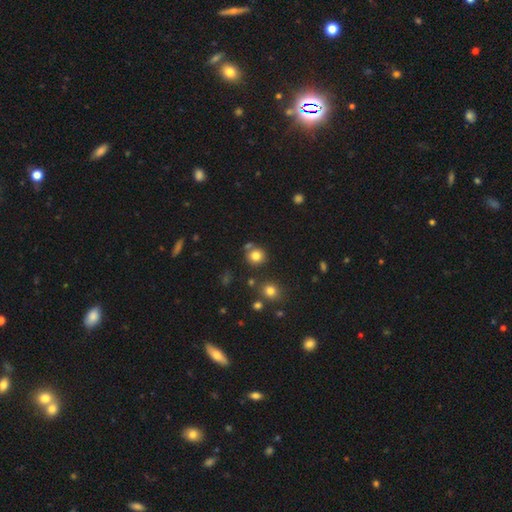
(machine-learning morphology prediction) Smooth or featured? smooth (80%)
How rounded? round (89%)
Merging? none (77%)